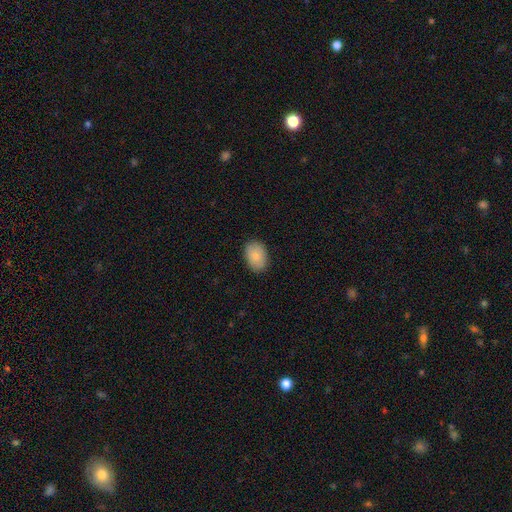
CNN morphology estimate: Overall: smooth (85%). How rounded: in between (82%). Merging: none (87%).